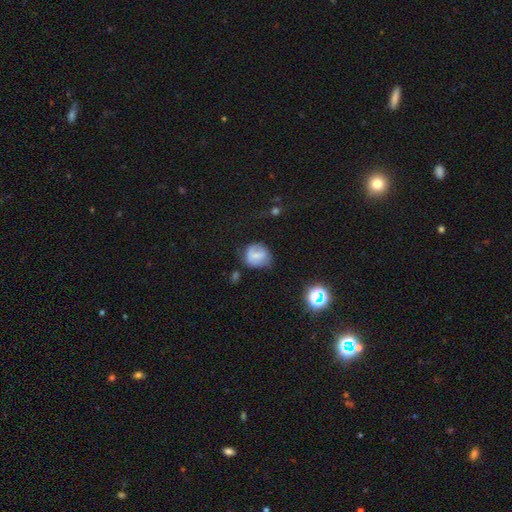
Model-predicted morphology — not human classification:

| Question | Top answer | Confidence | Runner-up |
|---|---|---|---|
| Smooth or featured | smooth | 63% | featured or disk (26%) |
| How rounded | round | 69% | in between (29%) |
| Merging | none | 52% | minor disturbance (30%) |